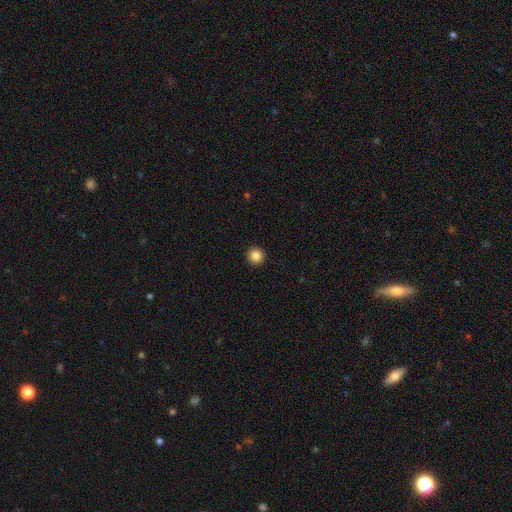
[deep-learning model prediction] Morphology: type=smooth (85%); roundness=round (96%); merging=none (94%).